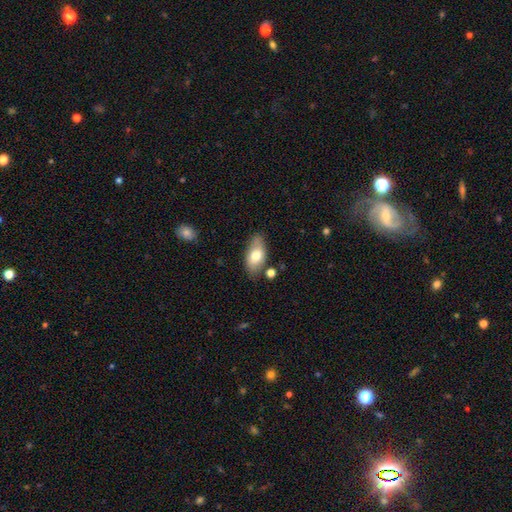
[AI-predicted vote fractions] Morphology: type=smooth (71%); roundness=in between (91%); merging=none (76%).